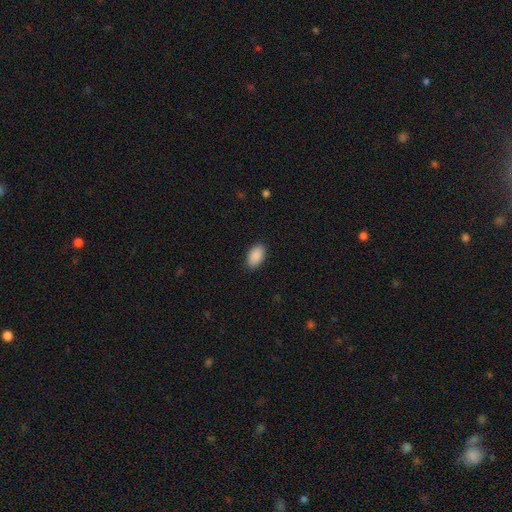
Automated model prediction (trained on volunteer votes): smooth-or-featured: smooth: 91% | star or artifact: 7% | featured or disk: 3%
  how-rounded: in between: 94% | round: 5% | cigar-shaped: 1%
  merging: none: 88% | minor disturbance: 9% | major disturbance: 2% | merger: 1%